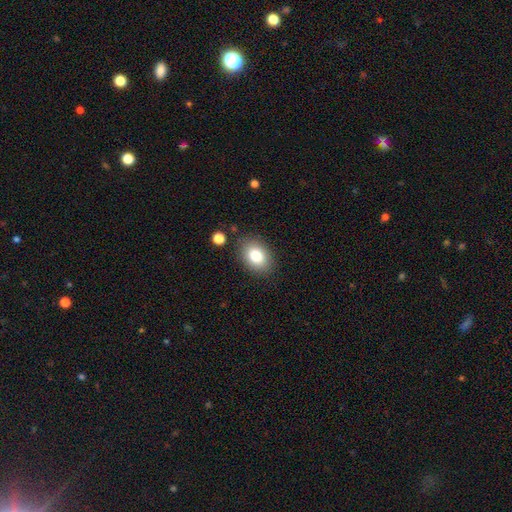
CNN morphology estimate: Smooth or featured: smooth — 81% (featured or disk — 10%)
How rounded: in between — 71% (round — 28%)
Merging: none — 85% (minor disturbance — 10%)